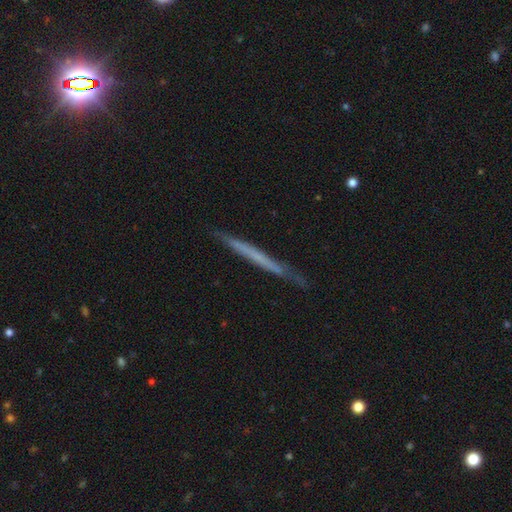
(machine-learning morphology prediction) Q: Smooth or featured?
A: featured or disk (52%); runner-up: smooth (41%)
Q: Edge-on disk?
A: yes (96%); runner-up: no (4%)
Q: Merging?
A: none (85%); runner-up: minor disturbance (12%)